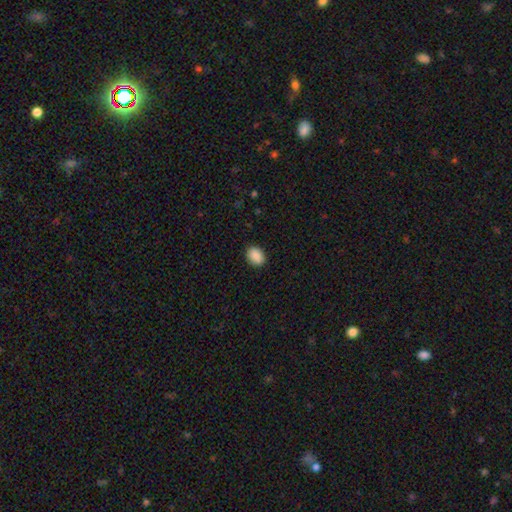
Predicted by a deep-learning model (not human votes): Smooth or featured: smooth — 89% (star or artifact — 8%)
How rounded: in between — 66% (round — 33%)
Merging: none — 89% (minor disturbance — 8%)